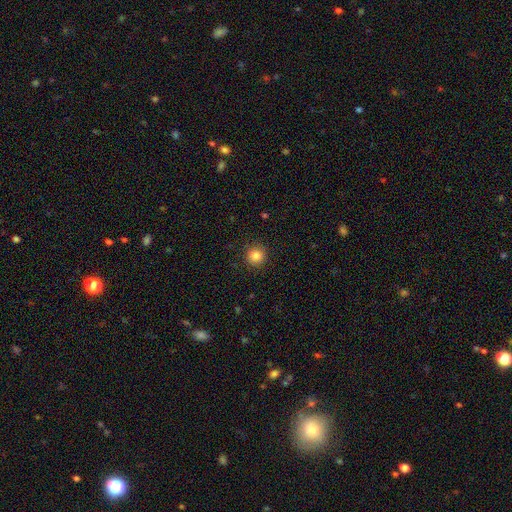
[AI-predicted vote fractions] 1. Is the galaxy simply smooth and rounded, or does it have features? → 84% smooth, 11% star or artifact, 5% featured or disk.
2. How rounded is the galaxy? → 93% round, 6% in between, 1% cigar-shaped.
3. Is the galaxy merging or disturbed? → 90% none, 7% minor disturbance, 2% major disturbance, 1% merger.